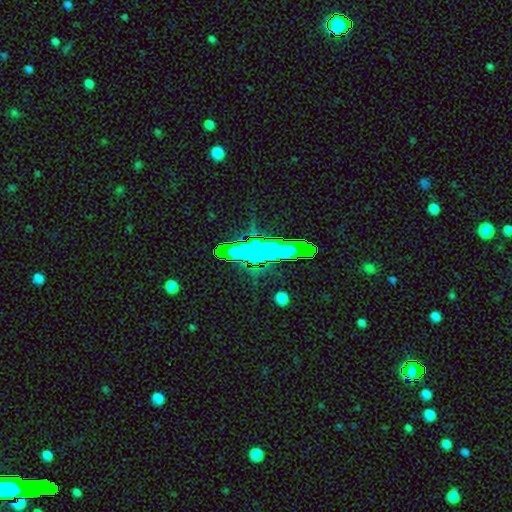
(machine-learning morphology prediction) smooth_or_featured: star or artifact (p=0.51) [alt: smooth p=0.31]